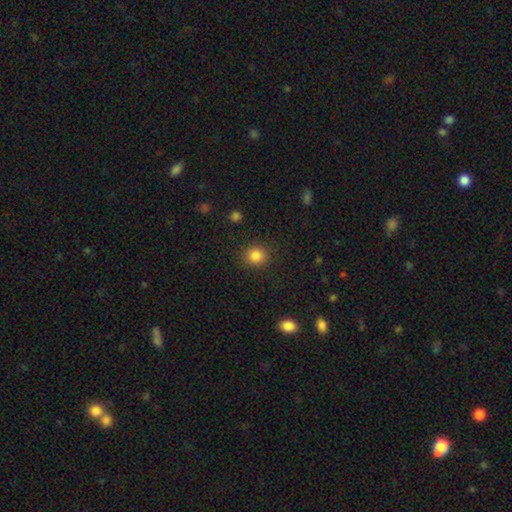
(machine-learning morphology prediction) The model was most divided on "how rounded": round: 85%, in between: 14%, cigar-shaped: 1%. More confident: merging — none (89%); smooth or featured — smooth (85%).